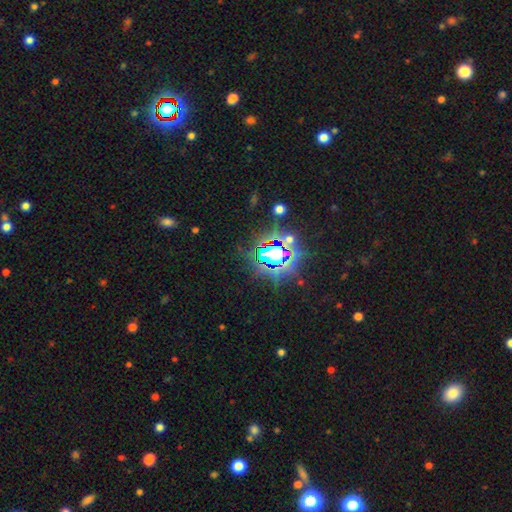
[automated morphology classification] smooth_or_featured: star or artifact (p=0.79) [alt: smooth p=0.12]